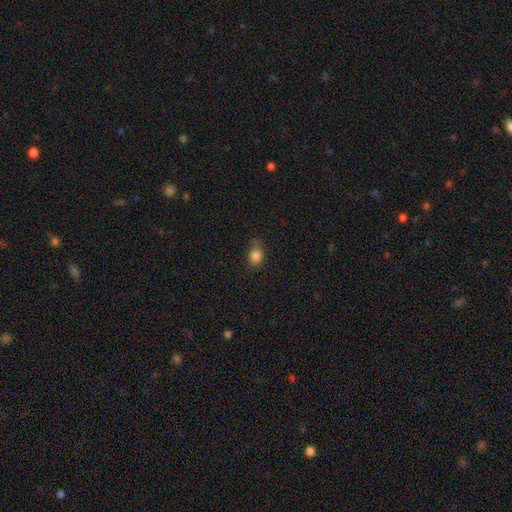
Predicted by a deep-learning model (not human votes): smooth_or_featured: smooth (p=0.84) [alt: star or artifact p=0.12]
how_rounded: round (p=0.64) [alt: in between p=0.35]
merging: none (p=0.61) [alt: minor disturbance p=0.26]